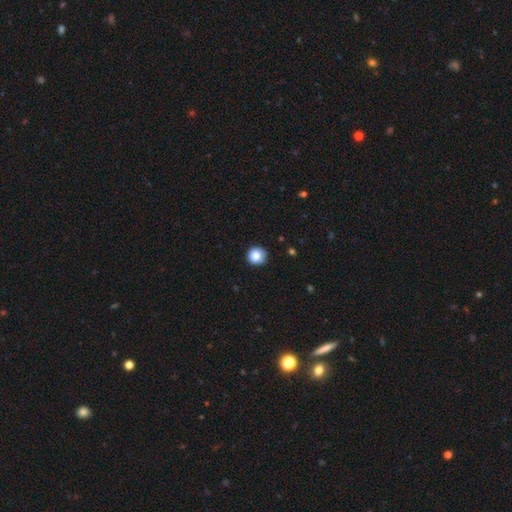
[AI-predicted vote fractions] Overall: smooth (85%). How rounded: round (93%). Merging: none (82%).